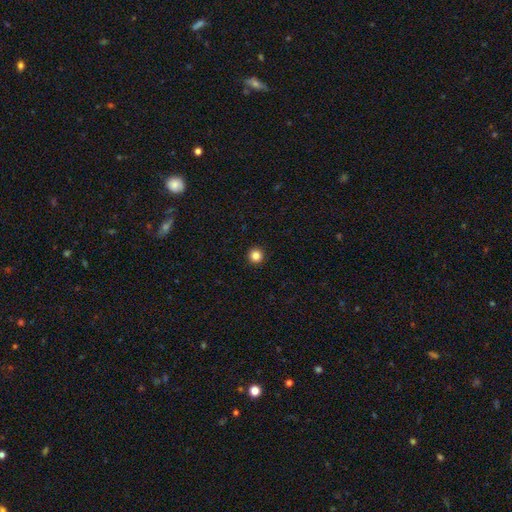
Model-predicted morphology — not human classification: smooth 85%, star or artifact 11%, featured or disk 4%. Down the decision tree: how rounded — round (96%); merging — none (94%).